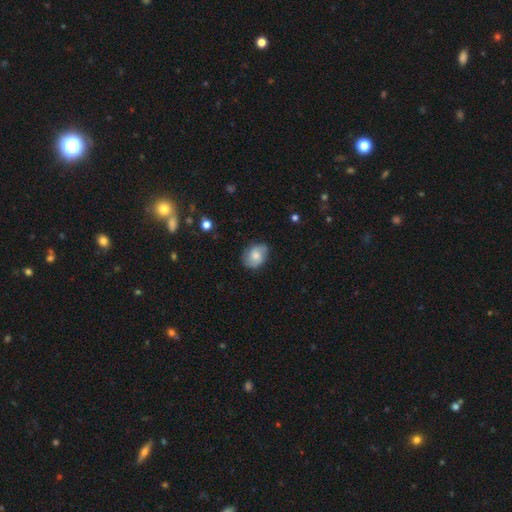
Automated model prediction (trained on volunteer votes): This appears to be a smooth galaxy with no disk features (58%) that is in between round and cigar-shaped (56%). Merging: none (70%).